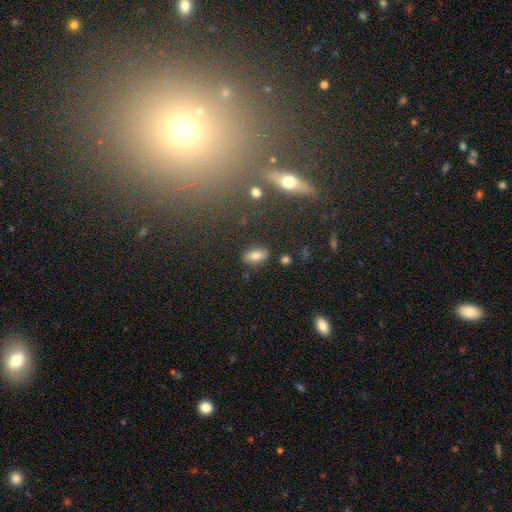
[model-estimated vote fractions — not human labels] A smooth galaxy with no disk features (81%) that is in between round and cigar-shaped (88%).

Vote fractions:
- Smooth or featured? smooth: 81% / star or artifact: 10% / featured or disk: 9%
- How rounded? in between: 88% / cigar-shaped: 6% / round: 5%
- Merging? none: 84% / minor disturbance: 10% / major disturbance: 3% / merger: 3%